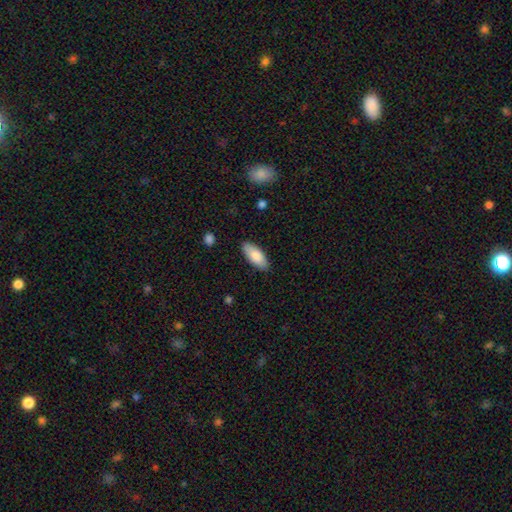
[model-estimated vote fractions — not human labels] Smooth or featured? smooth (83%)
How rounded? in between (84%)
Merging? none (87%)